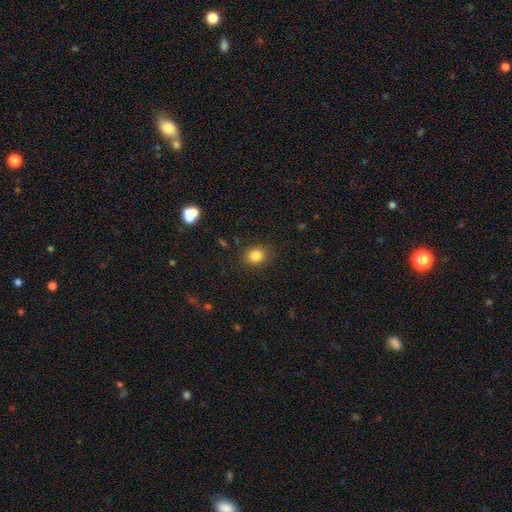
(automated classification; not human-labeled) This appears to be a smooth galaxy with no disk features (83%) that is round (65%). Merging: none (88%).